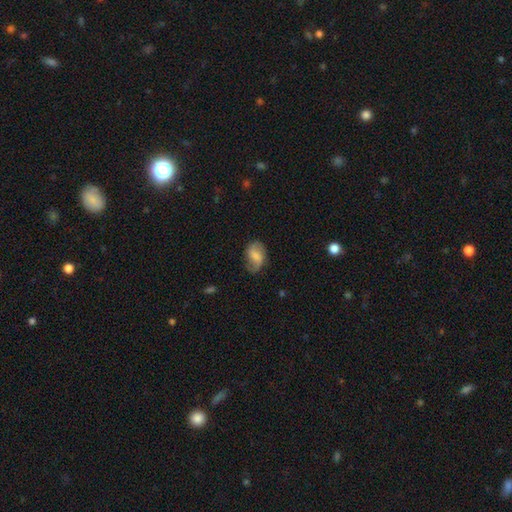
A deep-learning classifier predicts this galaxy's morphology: This appears to be a smooth galaxy with no disk features (48%). Merging: none (61%).